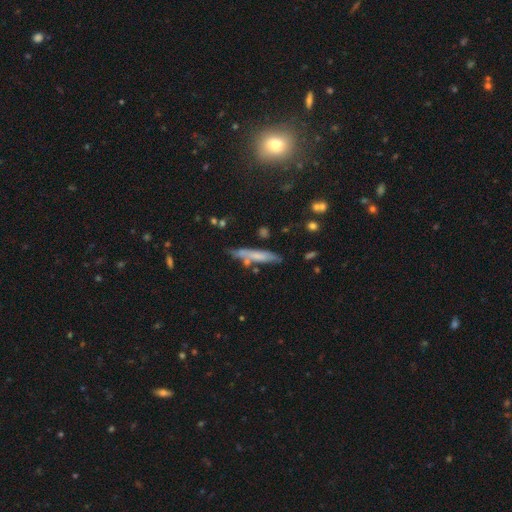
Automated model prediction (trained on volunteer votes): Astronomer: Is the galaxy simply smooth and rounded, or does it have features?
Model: smooth — 57% (runner-up: featured or disk, 33%).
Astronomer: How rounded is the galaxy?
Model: cigar-shaped — 87%.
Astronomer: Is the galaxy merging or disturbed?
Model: none — 69%.